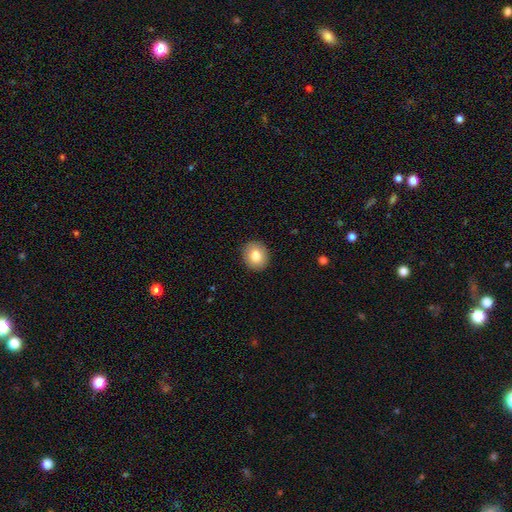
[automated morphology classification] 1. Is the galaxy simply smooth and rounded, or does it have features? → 83% smooth, 9% featured or disk, 8% star or artifact.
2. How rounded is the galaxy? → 63% round, 36% in between, 1% cigar-shaped.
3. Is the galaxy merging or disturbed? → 91% none, 7% minor disturbance, 2% major disturbance, 1% merger.